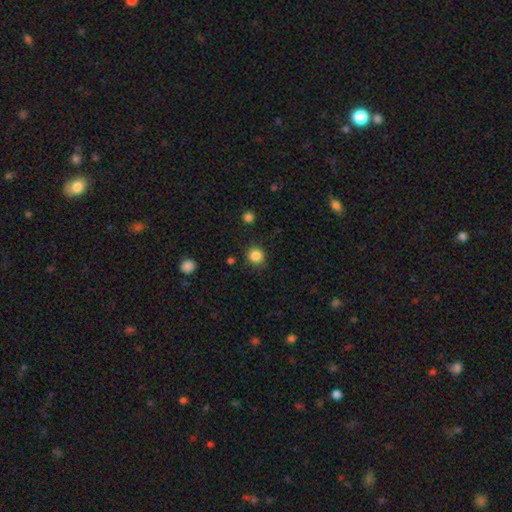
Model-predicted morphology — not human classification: A smooth galaxy with no disk features (86%) that is round (91%). Merging: none (87%).